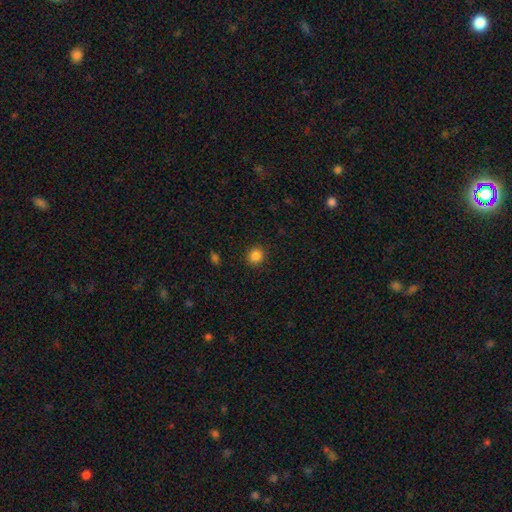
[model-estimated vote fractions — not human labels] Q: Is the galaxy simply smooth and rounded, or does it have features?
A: smooth — 85%.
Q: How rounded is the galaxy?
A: round — 85%.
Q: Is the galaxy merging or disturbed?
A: none — 90%.